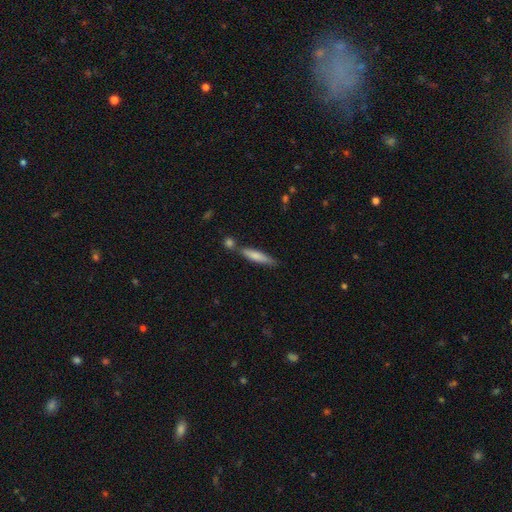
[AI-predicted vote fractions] The model was most divided on "merging": none: 66%, merger: 15%, minor disturbance: 15%, major disturbance: 3%. More confident: how rounded — cigar-shaped (85%); smooth or featured — smooth (74%).